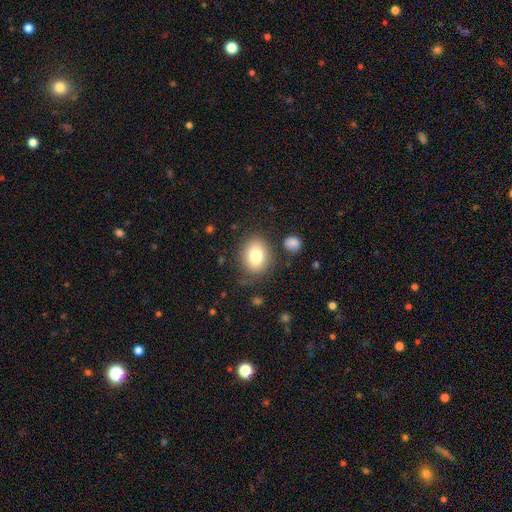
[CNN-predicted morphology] A smooth galaxy with no disk features (79%) that is in between round and cigar-shaped (51%). Merging: none (78%).